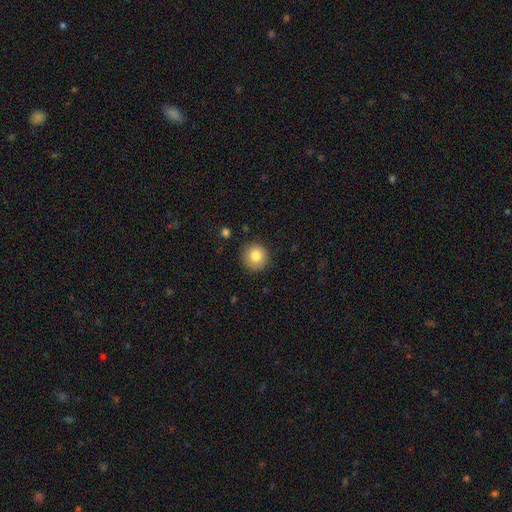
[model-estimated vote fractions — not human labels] Overall: smooth (83%). How rounded: round (92%). Merging: none (88%).